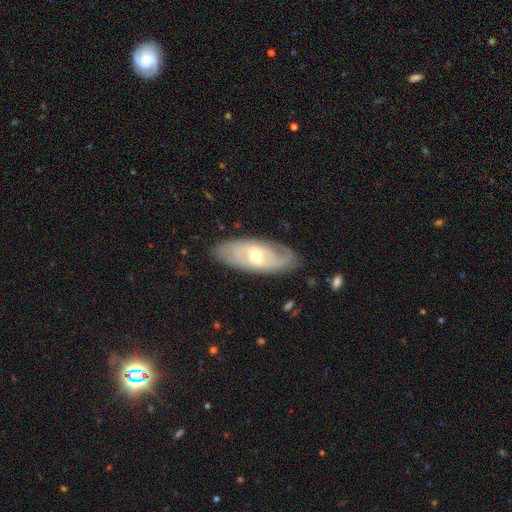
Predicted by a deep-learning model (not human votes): A featured or disk galaxy (75%) with a weak bar (47%), 2 (48%) tight (48%) spiral arms (83%) and a moderate central bulge (65%). Merging: none (80%).